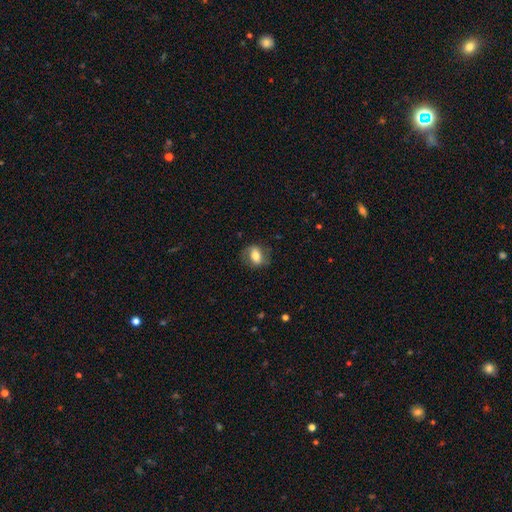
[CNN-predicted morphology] This appears to be a smooth galaxy with no disk features (61%) that is in between round and cigar-shaped (71%). Merging: none (73%).